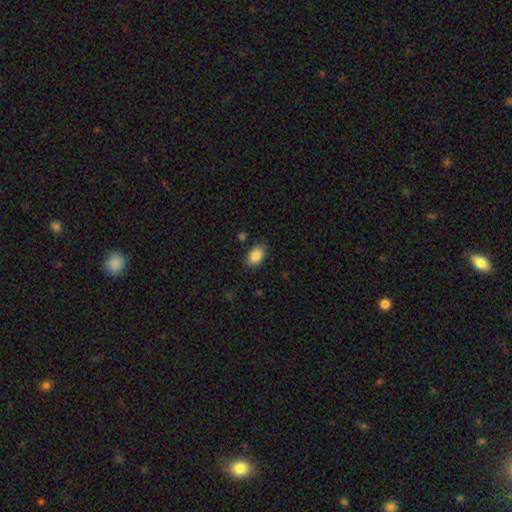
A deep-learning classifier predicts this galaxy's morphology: This is clearly a smooth galaxy (87%). How rounded: clearly in between (90%). Merging: clearly none (84%).